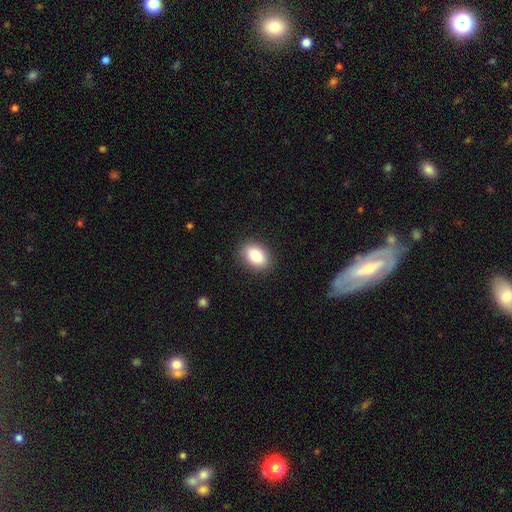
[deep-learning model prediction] Smooth or featured? smooth (83%)
How rounded? in between (77%)
Merging? none (89%)